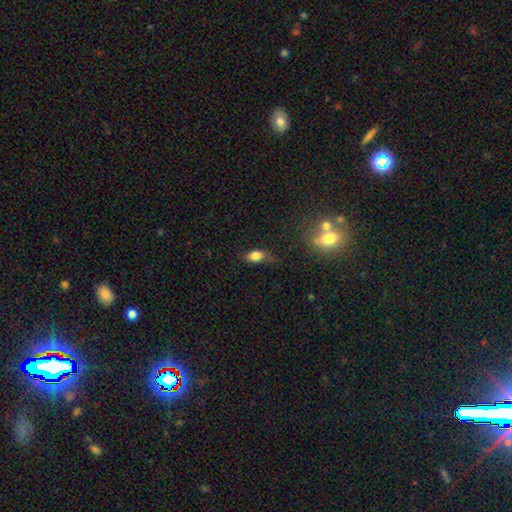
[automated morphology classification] Overall: smooth (78%). How rounded: in between (82%). Merging: none (58%; minor disturbance 28%).